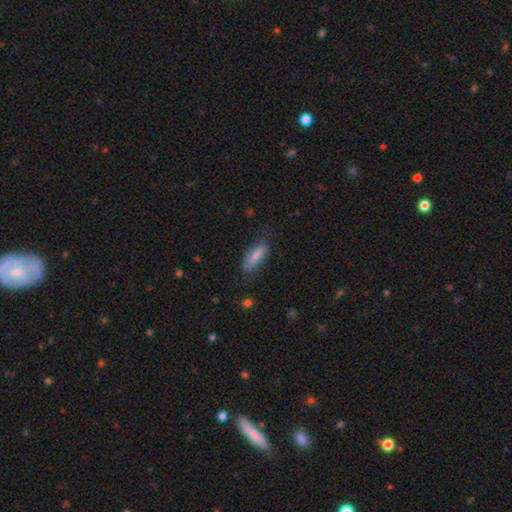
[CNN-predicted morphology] This appears to be a smooth galaxy with no disk features (66%) that is in between round and cigar-shaped (54%). Merging: none (75%).